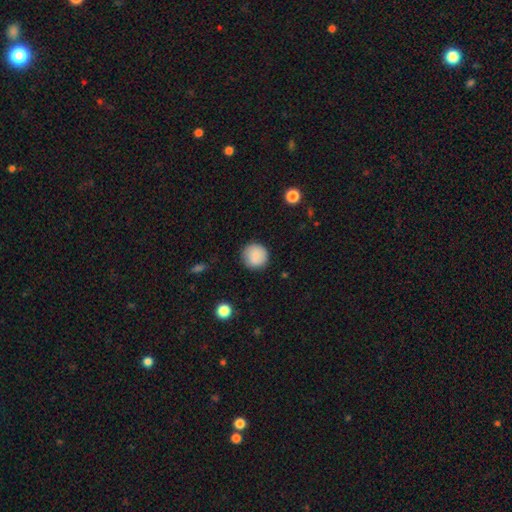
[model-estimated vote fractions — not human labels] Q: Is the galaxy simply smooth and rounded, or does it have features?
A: smooth — 84%.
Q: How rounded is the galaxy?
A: round — 94%.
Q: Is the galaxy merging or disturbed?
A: none — 88%.